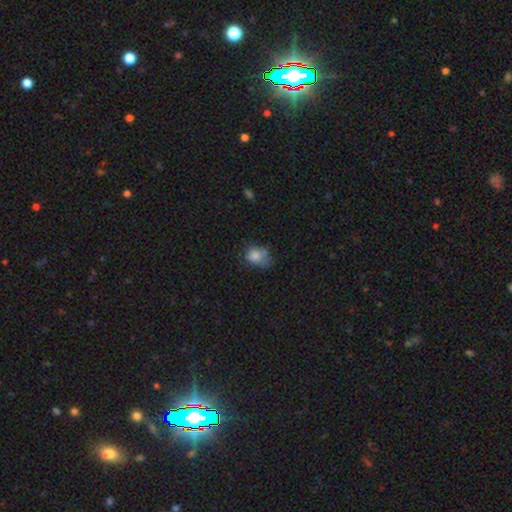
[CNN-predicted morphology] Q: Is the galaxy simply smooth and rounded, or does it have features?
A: smooth — 75%.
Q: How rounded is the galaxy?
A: in between — 58%.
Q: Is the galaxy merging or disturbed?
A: none — 38%.